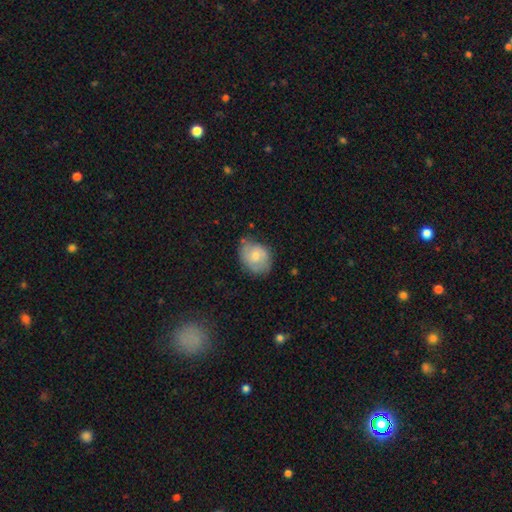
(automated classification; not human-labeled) Smooth or featured?
  - smooth: 62% *
  - featured or disk: 31%
  - star or artifact: 7%
How rounded?
  - in between: 52% *
  - round: 47%
  - cigar-shaped: 1%
Merging?
  - none: 65% *
  - minor disturbance: 26%
  - major disturbance: 6%
  - merger: 3%